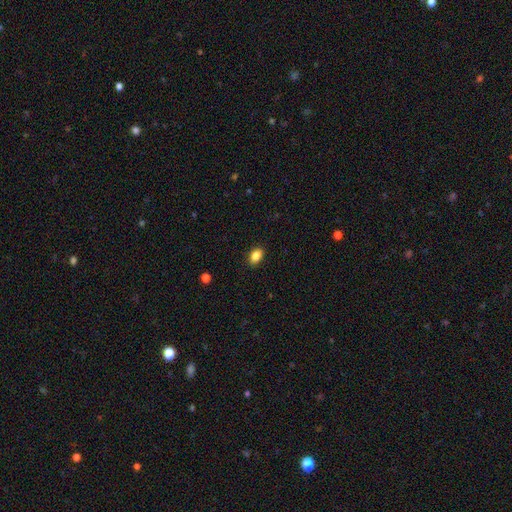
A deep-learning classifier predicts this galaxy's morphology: Smooth or featured? smooth (86%)
How rounded? in between (82%)
Merging? none (89%)